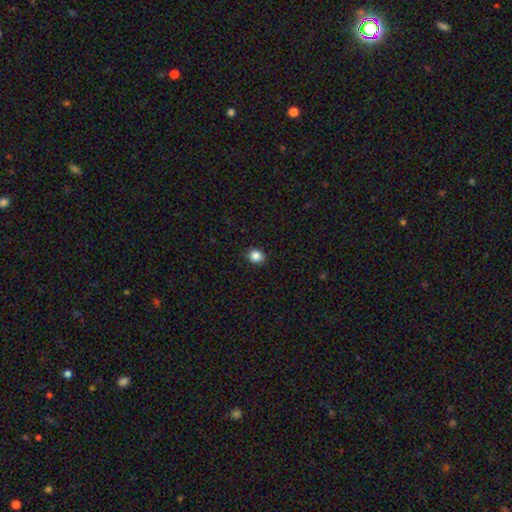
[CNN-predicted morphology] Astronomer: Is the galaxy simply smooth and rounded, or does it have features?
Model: smooth — 86%.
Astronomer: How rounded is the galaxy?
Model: round — 71%.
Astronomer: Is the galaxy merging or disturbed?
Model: none — 89%.